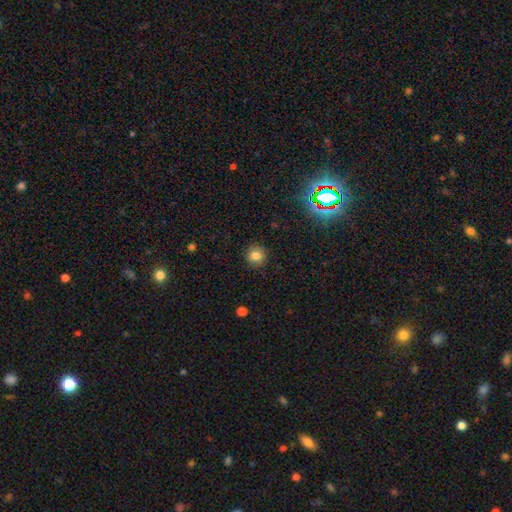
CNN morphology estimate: This is clearly a smooth galaxy (81%). How rounded: clearly round (92%). Merging: clearly none (91%).